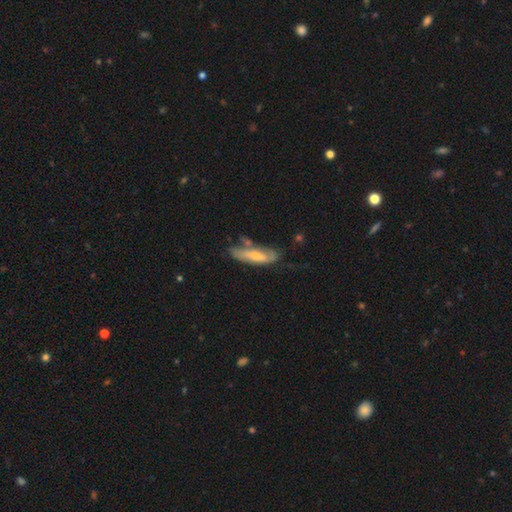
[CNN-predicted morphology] Q: Smooth or featured?
A: smooth (51%); runner-up: featured or disk (43%)
Q: How rounded?
A: cigar-shaped (52%); runner-up: in between (46%)
Q: Merging?
A: none (44%); runner-up: minor disturbance (30%)